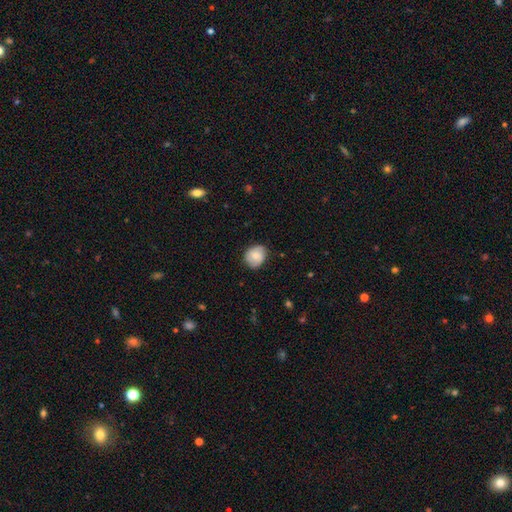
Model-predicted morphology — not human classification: Overall: smooth (68%). How rounded: round (62%; in between 37%). Merging: none (76%).